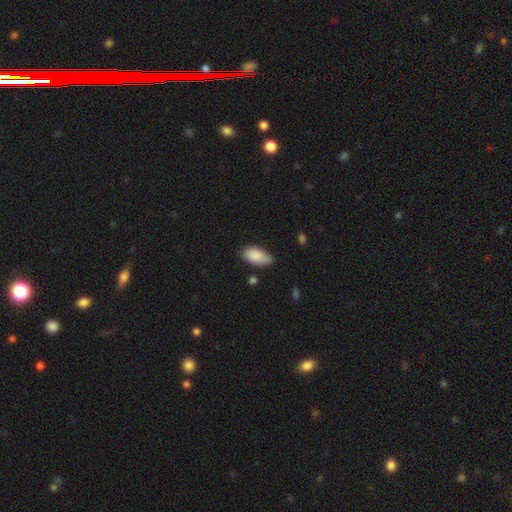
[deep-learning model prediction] Smooth or featured? smooth (86%)
How rounded? in between (93%)
Merging? none (68%)